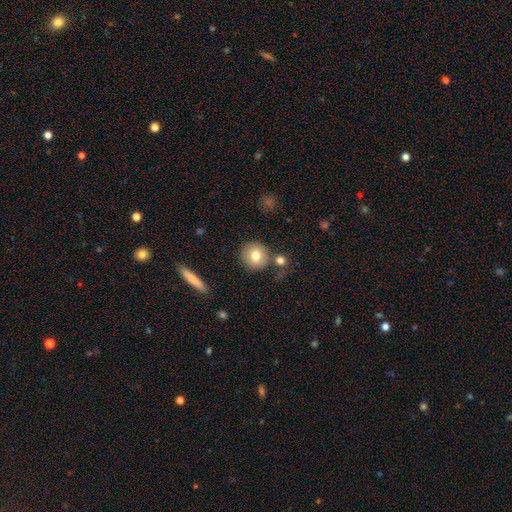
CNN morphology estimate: A smooth galaxy with no disk features (77%) that is round (91%).

Vote fractions:
- Smooth or featured? smooth: 77% / featured or disk: 14% / star or artifact: 9%
- How rounded? round: 91% / in between: 7% / cigar-shaped: 1%
- Merging? none: 78% / minor disturbance: 10% / merger: 9% / major disturbance: 3%